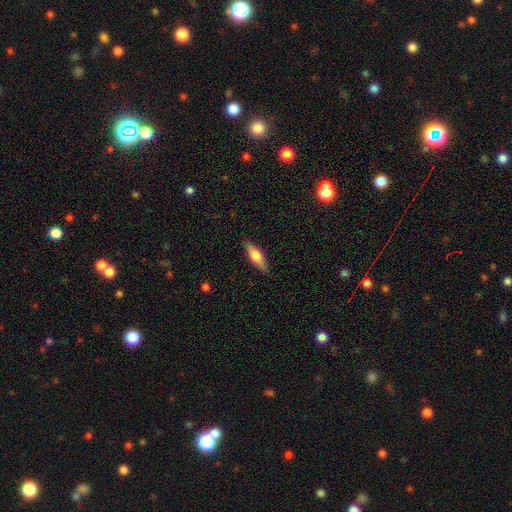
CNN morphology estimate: smooth_or_featured: smooth (p=0.63) [alt: featured or disk p=0.31]
how_rounded: cigar-shaped (p=0.51) [alt: in between p=0.47]
merging: none (p=0.87) [alt: minor disturbance p=0.10]